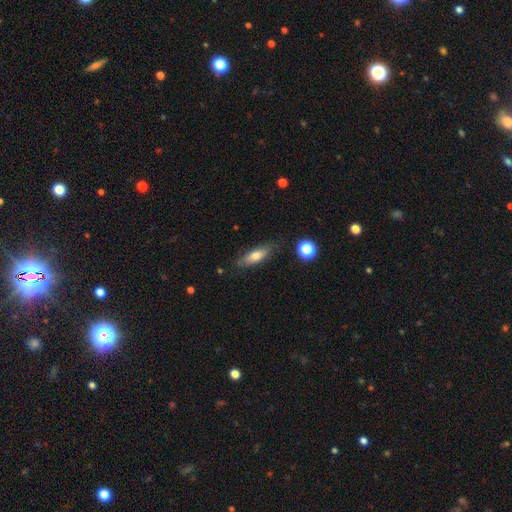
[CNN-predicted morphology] This is likely a smooth galaxy (69%). How rounded: possibly in between (56%). Merging: likely none (78%).